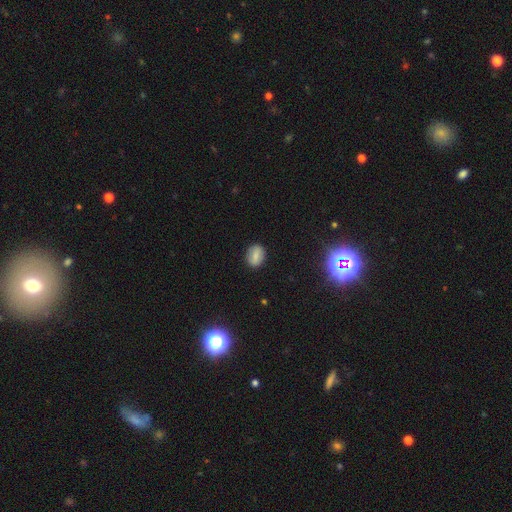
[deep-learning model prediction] smooth 72%, featured or disk 18%, star or artifact 10%. Down the decision tree: how rounded — in between (61%); merging — none (86%).